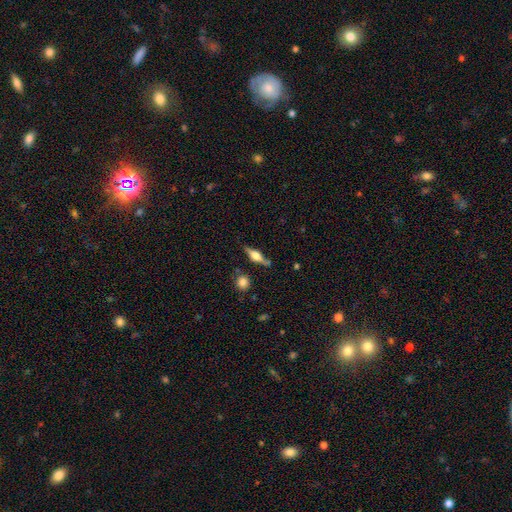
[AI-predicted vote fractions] Smooth or featured? featured or disk (60%)
Edge-on disk? yes (94%)
Edge-on bulge? rounded (87%)
Merging? none (75%)